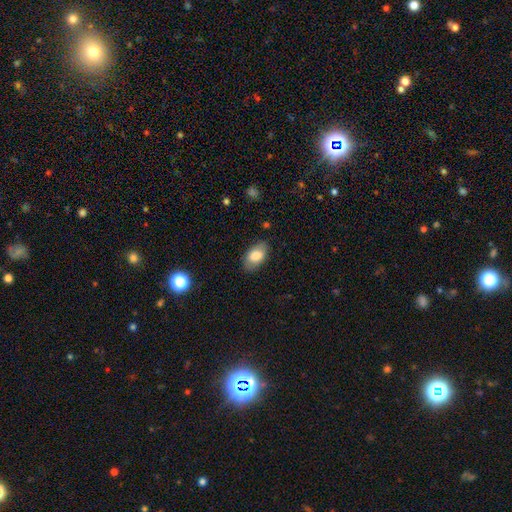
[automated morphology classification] Smooth or featured? smooth (78%)
How rounded? in between (93%)
Merging? none (83%)